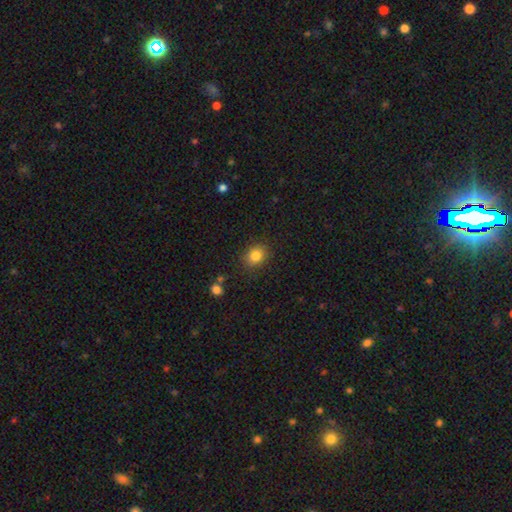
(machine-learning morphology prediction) A smooth galaxy with no disk features (83%) that is round (60%). Merging: none (86%).